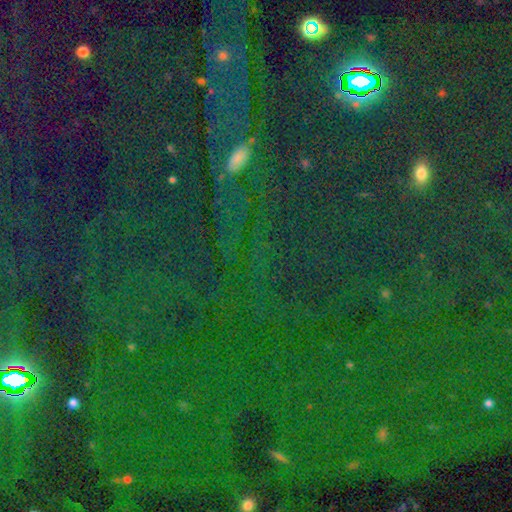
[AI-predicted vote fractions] A star or artifact, not a galaxy (79%).